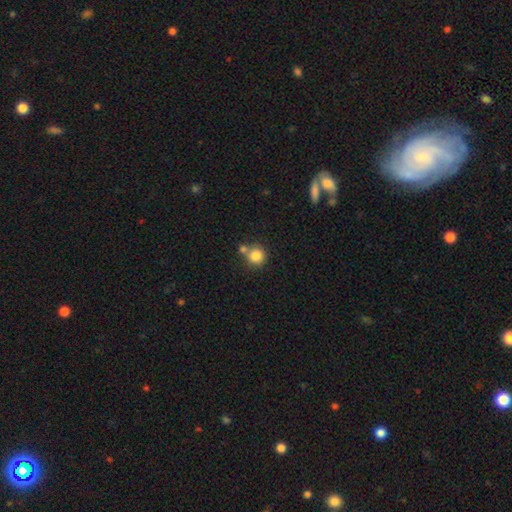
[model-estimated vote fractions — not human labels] Smooth or featured? Predicted: smooth (p=0.83). How rounded? Predicted: round (p=0.92). Merging? Predicted: none (p=0.58).